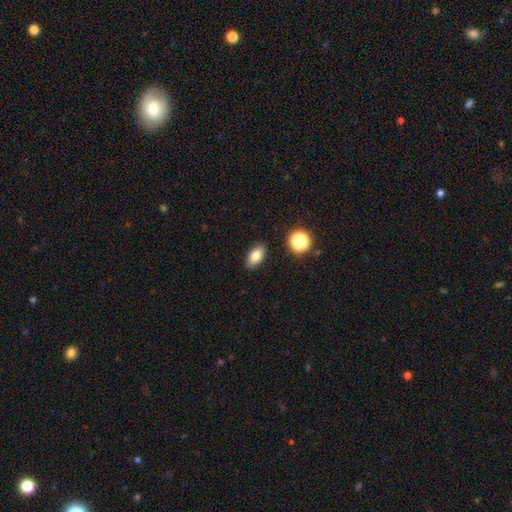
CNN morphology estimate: Q: Smooth or featured?
A: smooth (79%); runner-up: star or artifact (10%)
Q: How rounded?
A: in between (87%); runner-up: round (9%)
Q: Merging?
A: none (87%); runner-up: minor disturbance (9%)